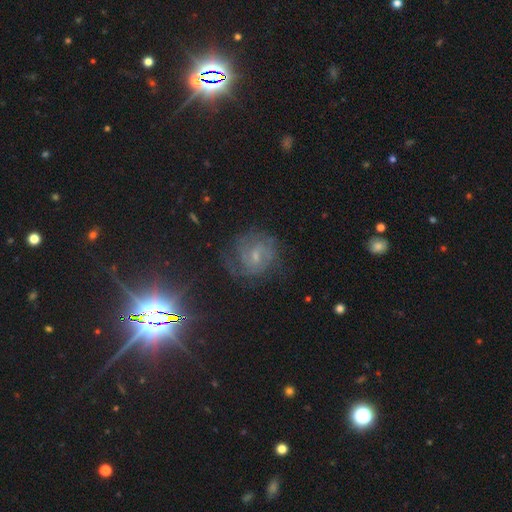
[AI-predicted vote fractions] smooth-or-featured: featured or disk: 66% | star or artifact: 18% | smooth: 16%
  disk-edge-on: no: 97% | yes: 3%
    bar: weak: 51% | no: 36% | strong: 13%
    has-spiral-arms: yes: 89% | no: 11%
      spiral-winding: tight: 48% | medium: 39% | loose: 13%
      spiral-arm-count: can't tell: 37% | 2: 35% | 3: 14% | 1: 5% | 4: 5% | more than 4: 4%
    bulge-size: small: 63% | moderate: 26% | none: 9% | large: 1% | dominant: 1%
  merging: none: 69% | minor disturbance: 18% | major disturbance: 12% | merger: 2%